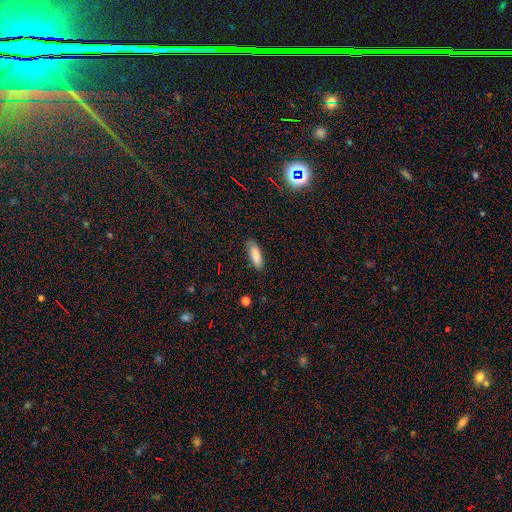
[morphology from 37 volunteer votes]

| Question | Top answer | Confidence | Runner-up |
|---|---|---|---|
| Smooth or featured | smooth | 89% | featured or disk (8%) |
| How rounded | in between | 55% | cigar-shaped (45%) |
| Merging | none | 69% | minor disturbance (25%) |